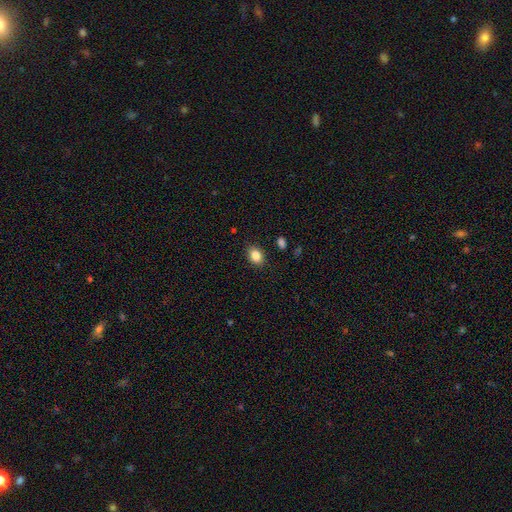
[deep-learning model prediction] This is clearly a smooth galaxy (85%). How rounded: likely in between (70%). Merging: clearly none (87%).